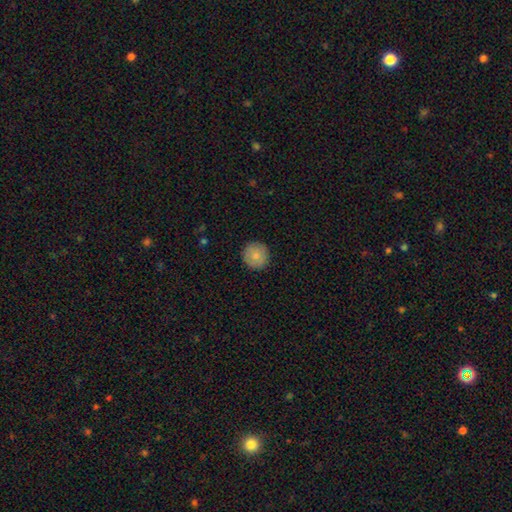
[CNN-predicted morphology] A smooth galaxy with no disk features (81%) that is round (94%). Merging: none (90%).